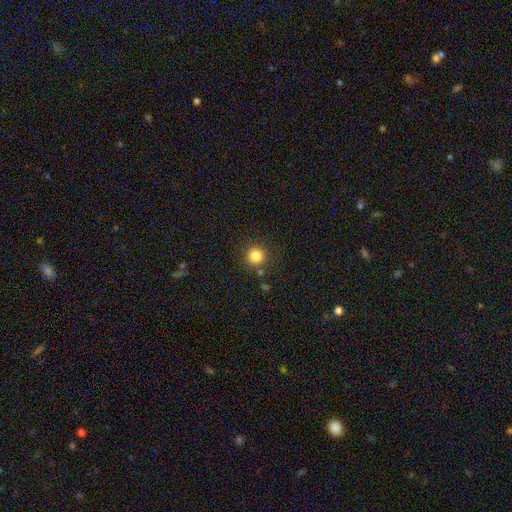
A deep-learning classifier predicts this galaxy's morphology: smooth_or_featured: smooth (p=0.83) [alt: star or artifact p=0.12]
how_rounded: round (p=0.94) [alt: in between p=0.05]
merging: none (p=0.86) [alt: minor disturbance p=0.07]